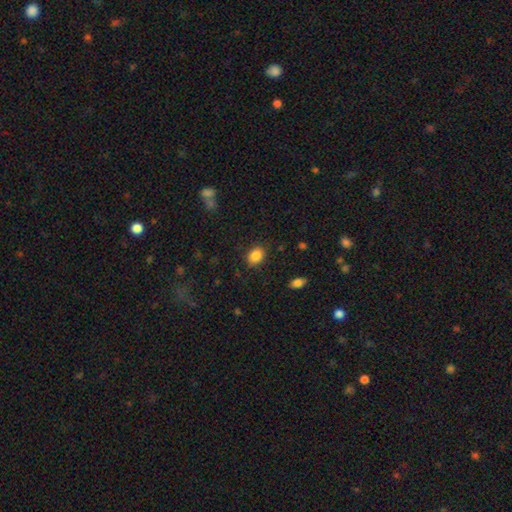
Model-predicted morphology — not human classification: smooth 87%, star or artifact 9%, featured or disk 4%. Down the decision tree: how rounded — in between (69%); merging — none (86%).